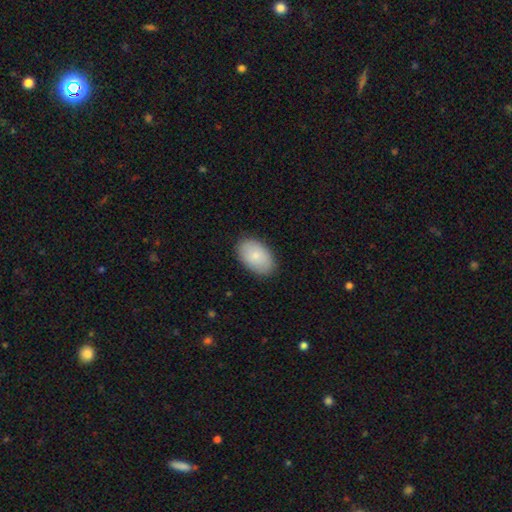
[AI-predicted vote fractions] smooth_or_featured: smooth (p=0.83) [alt: featured or disk p=0.11]
how_rounded: in between (p=0.92) [alt: round p=0.06]
merging: none (p=0.87) [alt: minor disturbance p=0.10]